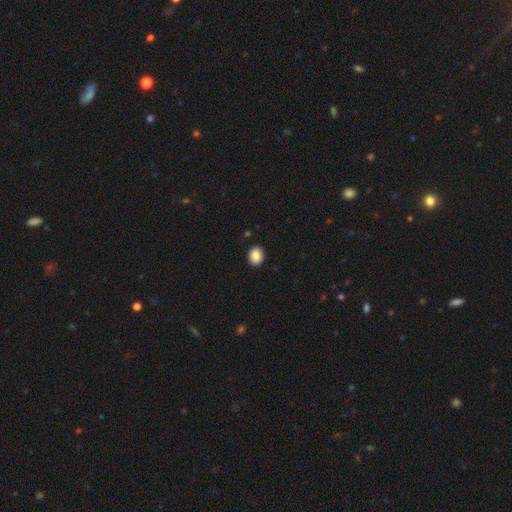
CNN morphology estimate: type=smooth (89%); roundness=in between (50%); merging=none (91%).